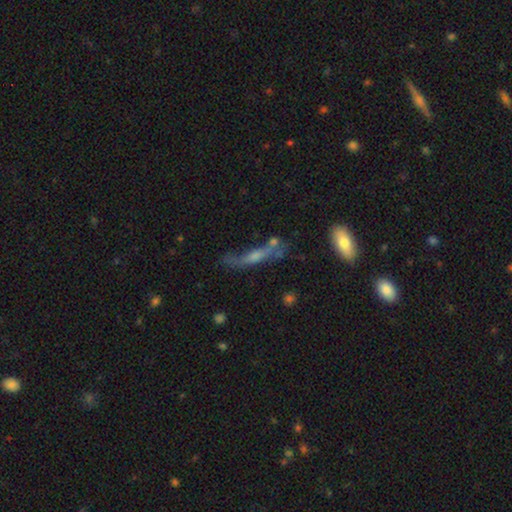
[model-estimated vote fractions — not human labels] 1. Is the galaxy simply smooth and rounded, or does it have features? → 56% featured or disk, 29% smooth, 15% star or artifact.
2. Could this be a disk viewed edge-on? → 58% yes, 42% no.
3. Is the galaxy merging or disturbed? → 48% none, 21% minor disturbance, 19% major disturbance, 12% merger.